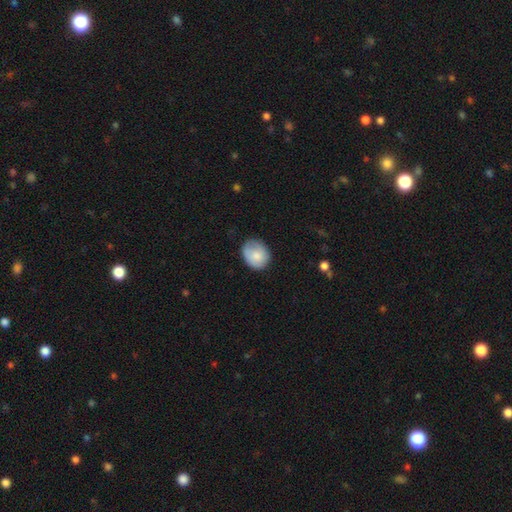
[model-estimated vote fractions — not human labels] Smooth or featured: smooth — 79% (featured or disk — 14%)
How rounded: round — 55% (in between — 44%)
Merging: none — 65% (minor disturbance — 26%)